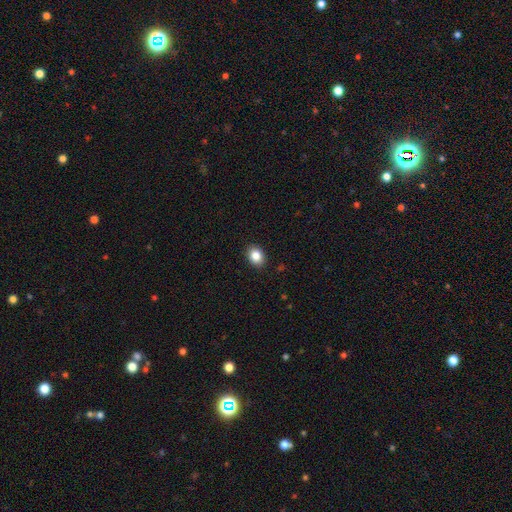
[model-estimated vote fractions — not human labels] Q: Smooth or featured?
A: smooth (85%); runner-up: star or artifact (9%)
Q: How rounded?
A: in between (58%); runner-up: round (41%)
Q: Merging?
A: none (90%); runner-up: minor disturbance (8%)